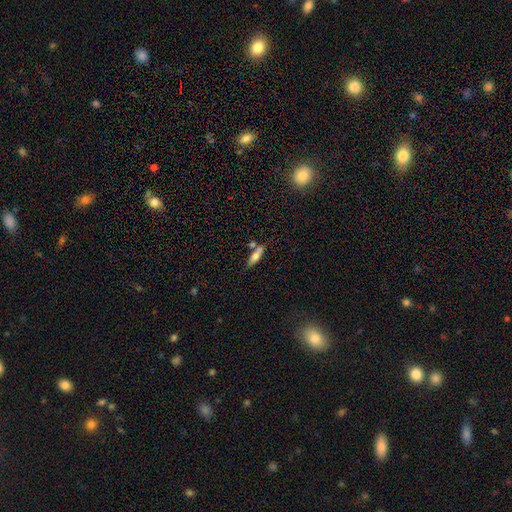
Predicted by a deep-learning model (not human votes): This is possibly a smooth galaxy (59%). How rounded: likely cigar-shaped (62%). Merging: likely none (62%).